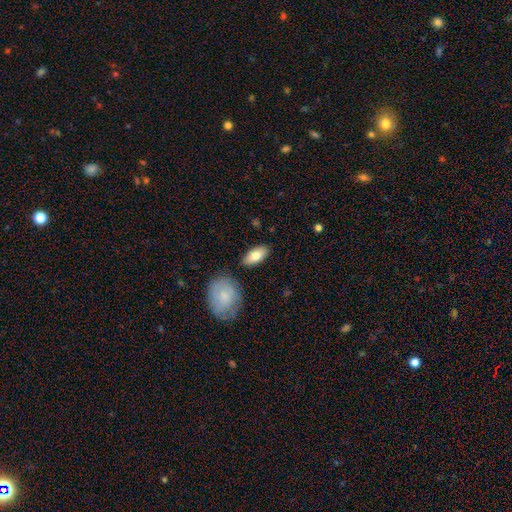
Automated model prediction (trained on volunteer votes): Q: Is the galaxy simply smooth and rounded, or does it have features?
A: smooth — 80%.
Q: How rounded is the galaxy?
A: in between — 89%.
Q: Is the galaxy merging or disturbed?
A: none — 84%.